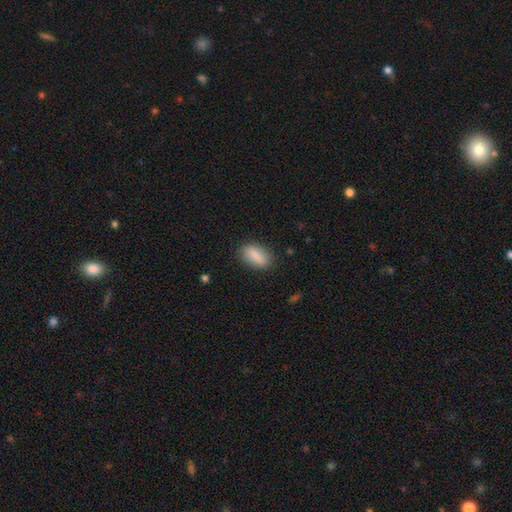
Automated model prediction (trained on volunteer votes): A smooth galaxy with no disk features (85%) that is in between round and cigar-shaped (86%).

Vote fractions:
- Smooth or featured? smooth: 85% / featured or disk: 8% / star or artifact: 7%
- How rounded? in between: 86% / cigar-shaped: 9% / round: 5%
- Merging? none: 82% / minor disturbance: 13% / major disturbance: 3% / merger: 2%